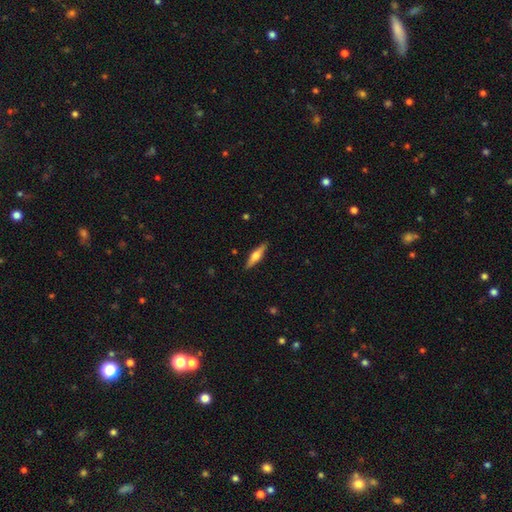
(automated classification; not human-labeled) Q: Smooth or featured?
A: featured or disk (50%); runner-up: smooth (44%)
Q: Edge-on disk?
A: yes (95%); runner-up: no (5%)
Q: Merging?
A: none (89%); runner-up: minor disturbance (8%)